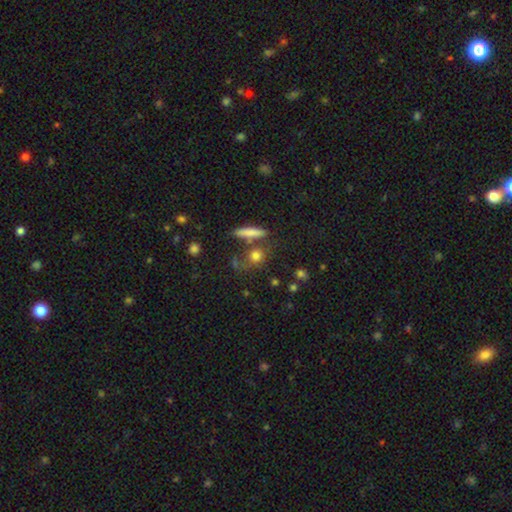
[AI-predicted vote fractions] smooth_or_featured: smooth (p=0.75) [alt: featured or disk p=0.13]
how_rounded: round (p=0.67) [alt: in between p=0.21]
merging: none (p=0.64) [alt: merger p=0.15]